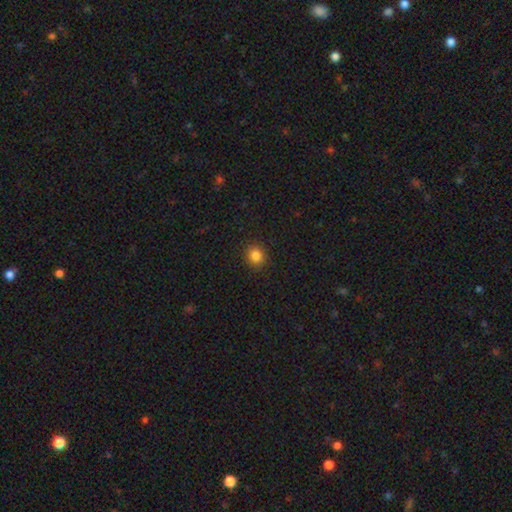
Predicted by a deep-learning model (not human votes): Q: Smooth or featured?
A: smooth (85%); runner-up: star or artifact (12%)
Q: How rounded?
A: round (82%); runner-up: in between (17%)
Q: Merging?
A: none (91%); runner-up: minor disturbance (6%)